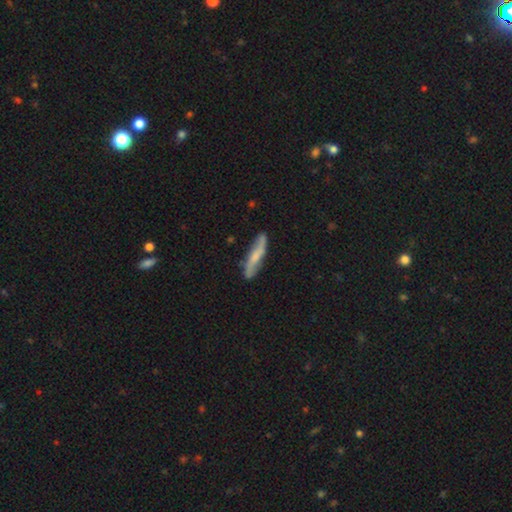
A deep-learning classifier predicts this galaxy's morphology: This appears to be a featured or disk galaxy (53%). Merging: none (81%).